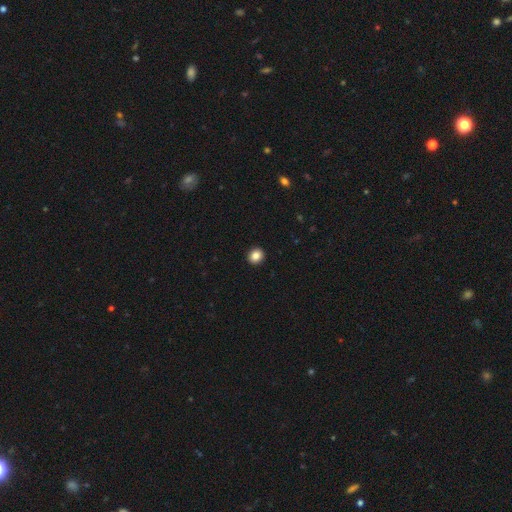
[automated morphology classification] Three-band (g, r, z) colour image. It shows a smooth galaxy with no disk features (86%) that is round (81%). Merging: none (93%).